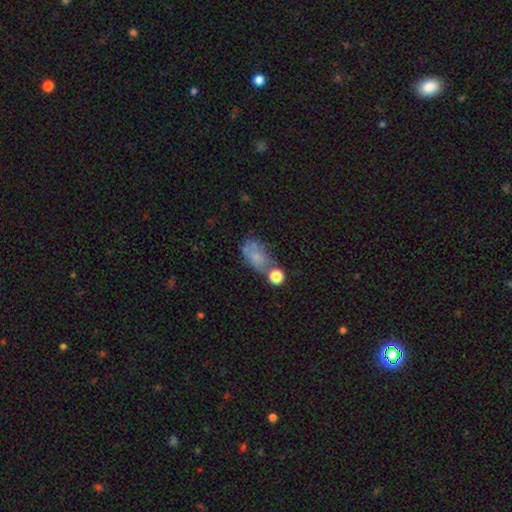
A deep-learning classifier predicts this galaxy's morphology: Smooth or featured? smooth (66%)
How rounded? in between (84%)
Merging? none (38%)